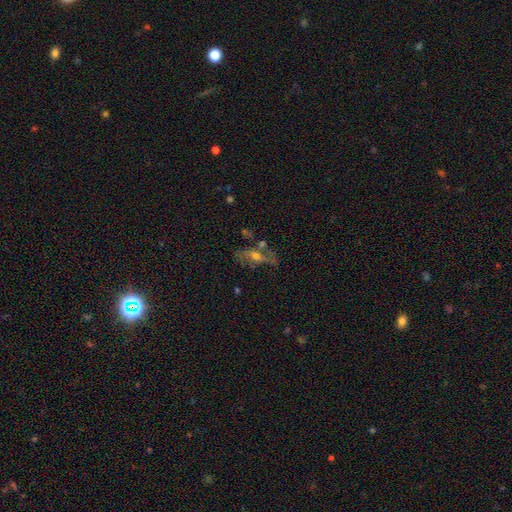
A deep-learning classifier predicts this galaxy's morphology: The model was most divided on "merging": none: 53%, minor disturbance: 19%, major disturbance: 15%, merger: 14%. More confident: edge-on disk — no (77%); smooth or featured — featured or disk (60%).